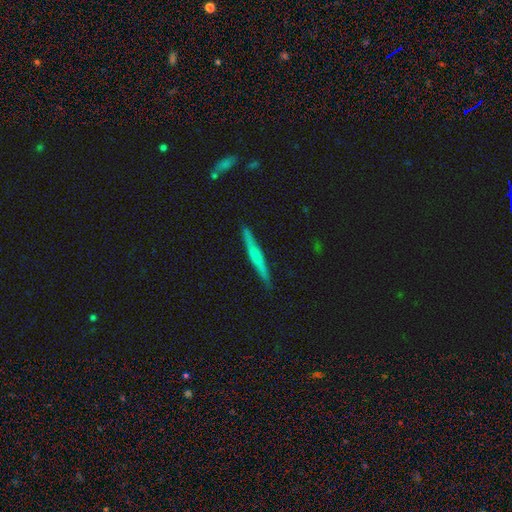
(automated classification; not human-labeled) Smooth or featured: smooth — 48% (featured or disk — 46%)
Merging: none — 88% (minor disturbance — 9%)